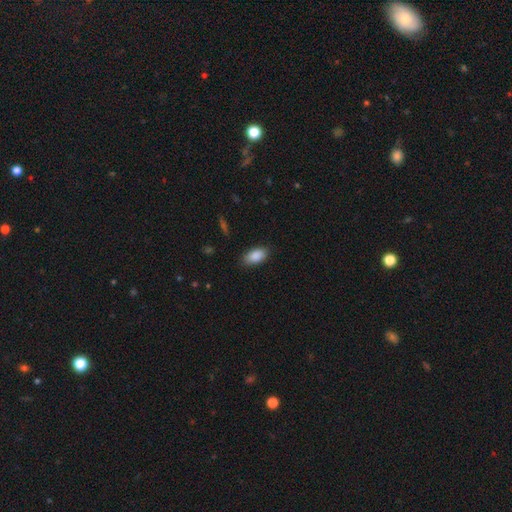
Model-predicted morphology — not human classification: A smooth galaxy with no disk features (89%) that is in between round and cigar-shaped (93%).

Vote fractions:
- Smooth or featured? smooth: 89% / star or artifact: 7% / featured or disk: 4%
- How rounded? in between: 93% / cigar-shaped: 4% / round: 3%
- Merging? none: 84% / minor disturbance: 12% / major disturbance: 3% / merger: 1%